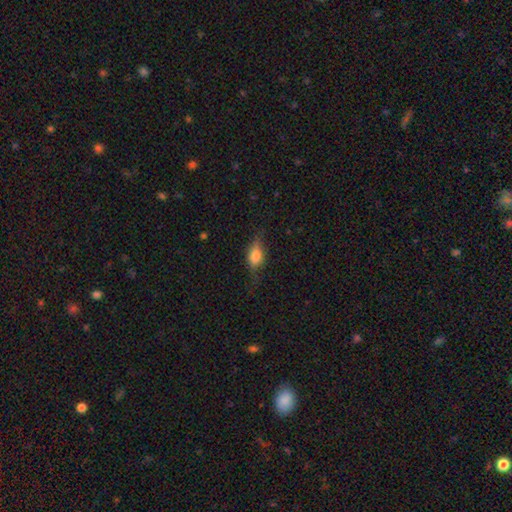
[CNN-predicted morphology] This is likely a smooth galaxy (70%). How rounded: clearly in between (81%). Merging: likely none (62%).